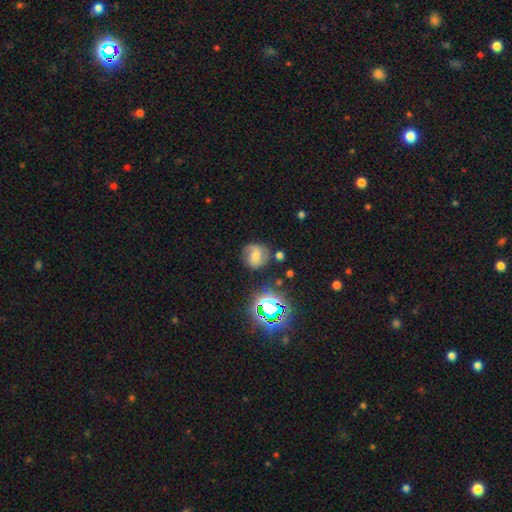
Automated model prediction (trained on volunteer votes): A featured or disk galaxy (48%).

Vote fractions:
- Smooth or featured? featured or disk: 48% / smooth: 34% / star or artifact: 18%
- Merging? none: 73% / minor disturbance: 17% / major disturbance: 6% / merger: 5%